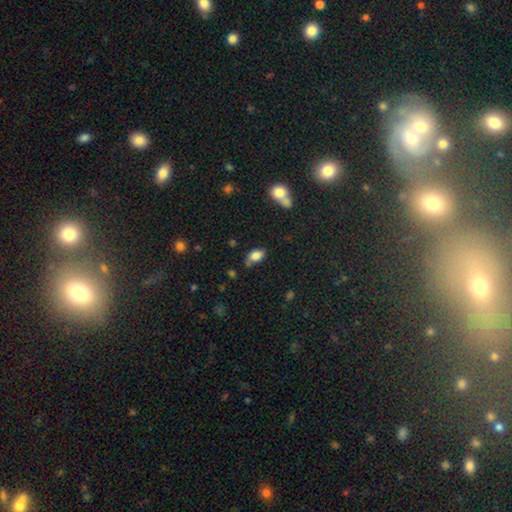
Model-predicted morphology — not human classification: The model was most divided on "merging": none: 57%, minor disturbance: 29%, major disturbance: 8%, merger: 7%. More confident: how rounded — in between (89%); smooth or featured — smooth (81%).